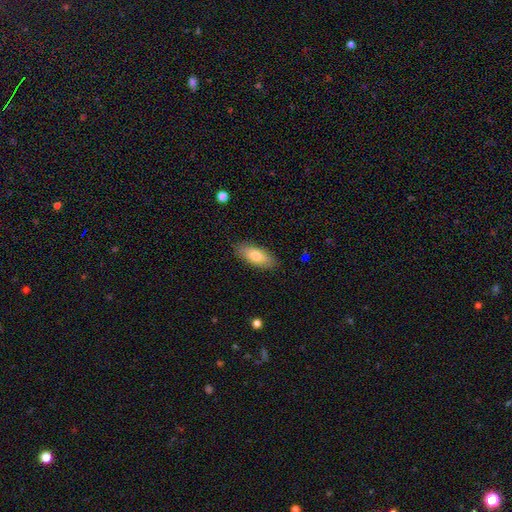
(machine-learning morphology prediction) A smooth galaxy with no disk features (81%) that is in between round and cigar-shaped (80%). Merging: none (87%).